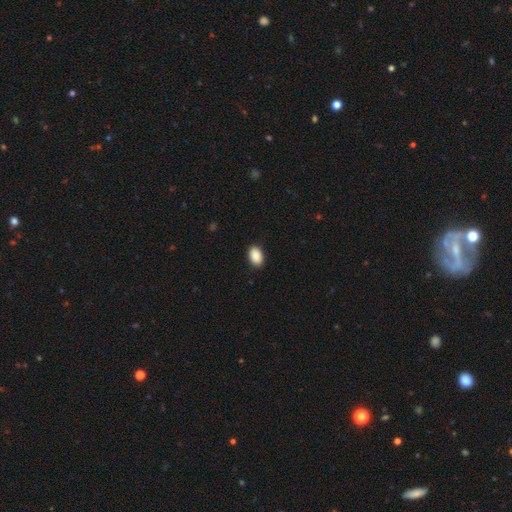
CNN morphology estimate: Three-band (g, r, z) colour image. It shows a smooth galaxy with no disk features (89%) that is in between round and cigar-shaped (87%). Merging: none (88%).